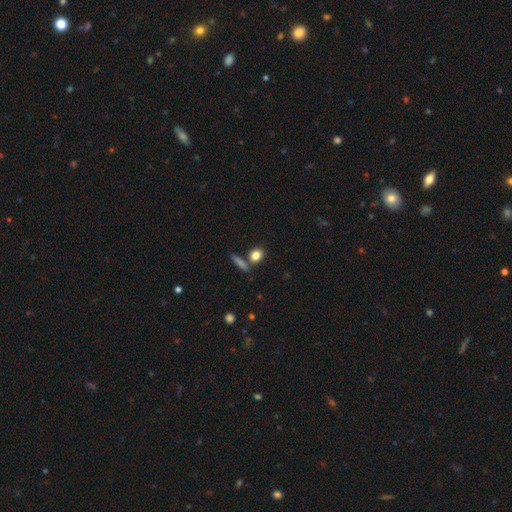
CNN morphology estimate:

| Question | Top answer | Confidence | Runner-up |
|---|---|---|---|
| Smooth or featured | smooth | 83% | star or artifact (10%) |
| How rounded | round | 53% | in between (39%) |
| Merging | none | 70% | merger (17%) |